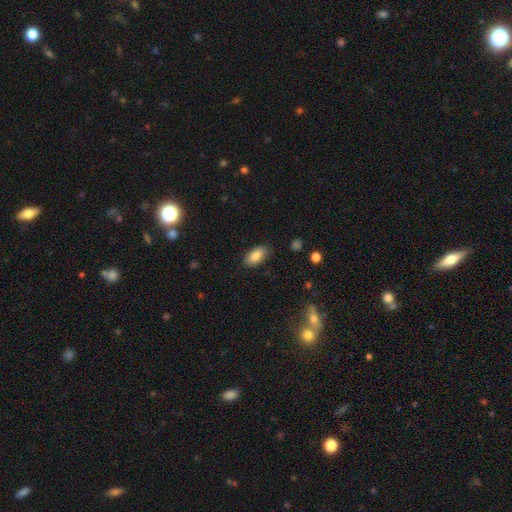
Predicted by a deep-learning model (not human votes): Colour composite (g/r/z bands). It shows a smooth galaxy with no disk features (86%) that is in between round and cigar-shaped (92%). Merging: none (84%).